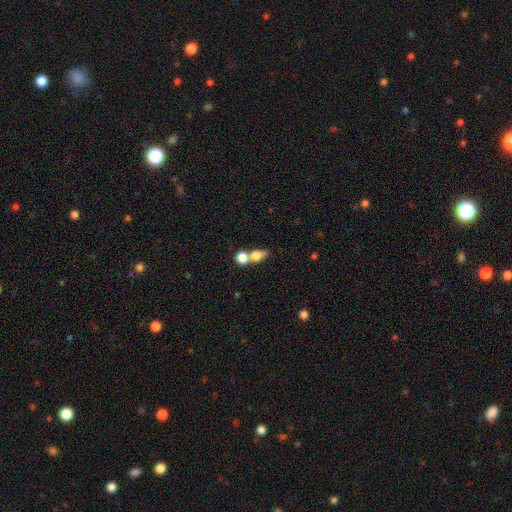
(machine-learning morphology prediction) type=smooth (76%); roundness=in between (57%); merging=merger (58%).